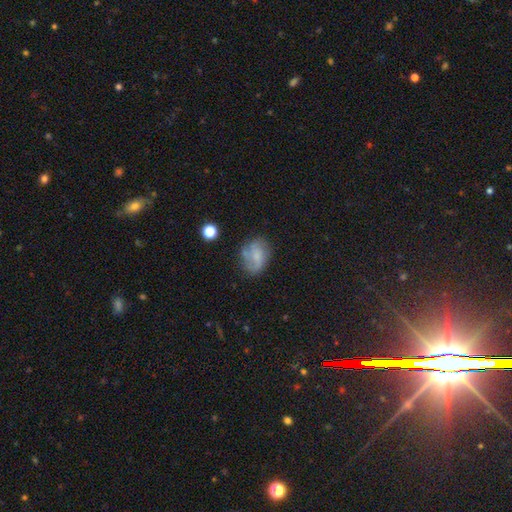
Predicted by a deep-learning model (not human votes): smooth_or_featured: smooth (p=0.50) [alt: featured or disk p=0.38]
how_rounded: in between (p=0.64) [alt: round p=0.35]
merging: none (p=0.53) [alt: minor disturbance p=0.26]